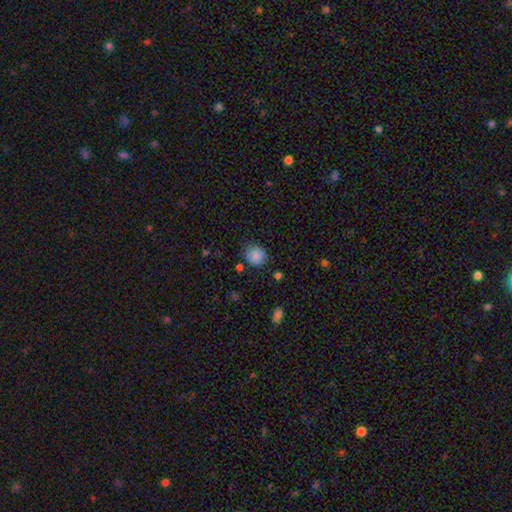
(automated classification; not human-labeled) smooth 82%, featured or disk 9%, star or artifact 9%. Down the decision tree: how rounded — round (77%); merging — none (77%).